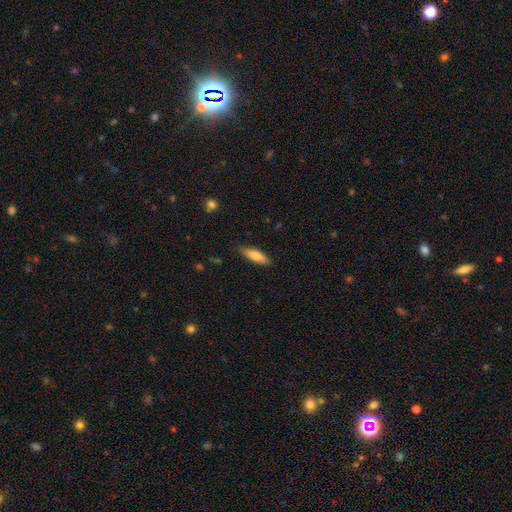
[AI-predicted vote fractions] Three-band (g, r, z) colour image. It shows a smooth galaxy with no disk features (77%) that is cigar-shaped (51%). Merging: none (85%).